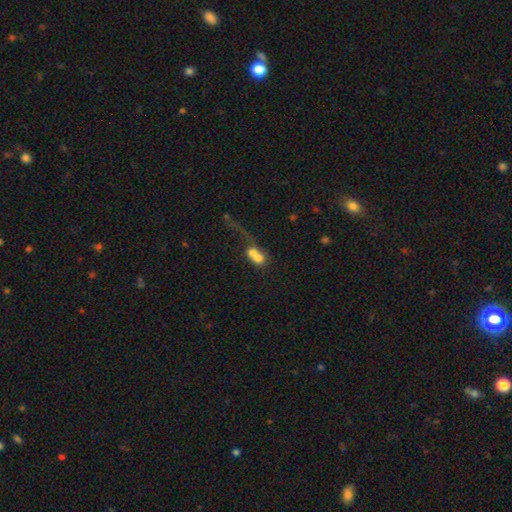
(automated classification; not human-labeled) smooth_or_featured: smooth (p=0.64) [alt: featured or disk p=0.25]
how_rounded: round (p=0.60) [alt: in between p=0.38]
merging: merger (p=0.70) [alt: none p=0.14]